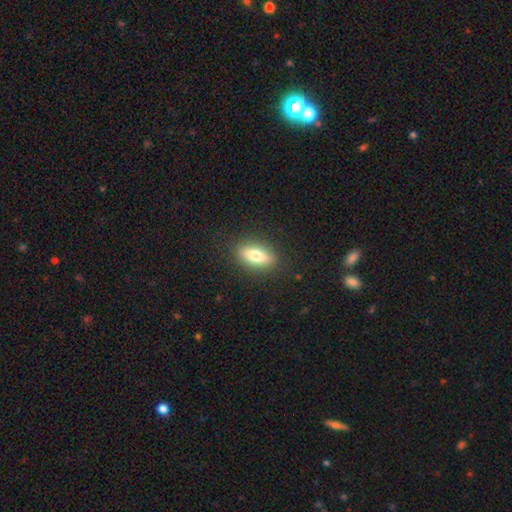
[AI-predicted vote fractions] smooth-or-featured: smooth: 75% | featured or disk: 18% | star or artifact: 8%
  how-rounded: in between: 78% | cigar-shaped: 17% | round: 5%
  merging: none: 88% | minor disturbance: 9% | major disturbance: 3% | merger: 1%